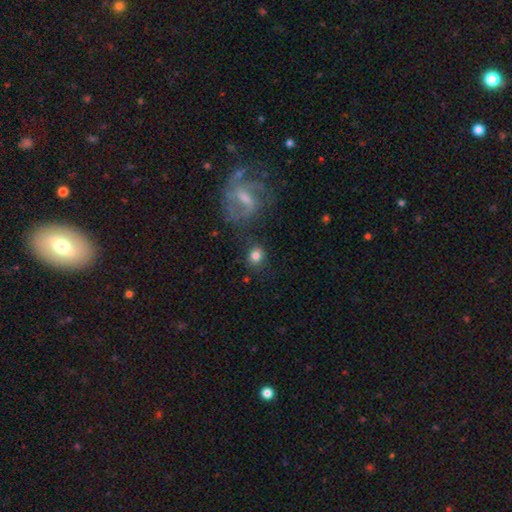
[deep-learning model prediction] This is likely a smooth galaxy (76%). How rounded: likely round (71%). Merging: likely none (72%).